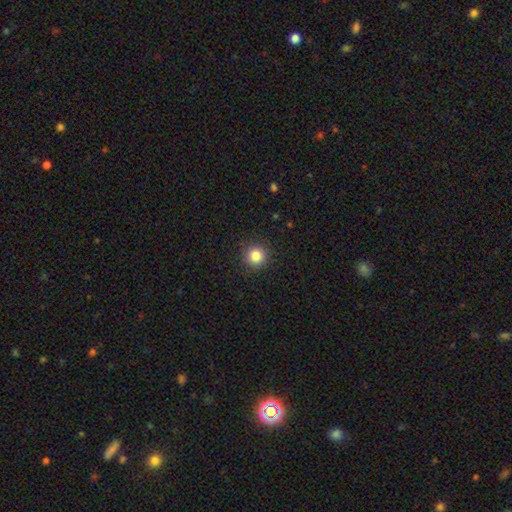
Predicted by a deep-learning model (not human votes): Overall: smooth (84%). How rounded: round (95%). Merging: none (92%).